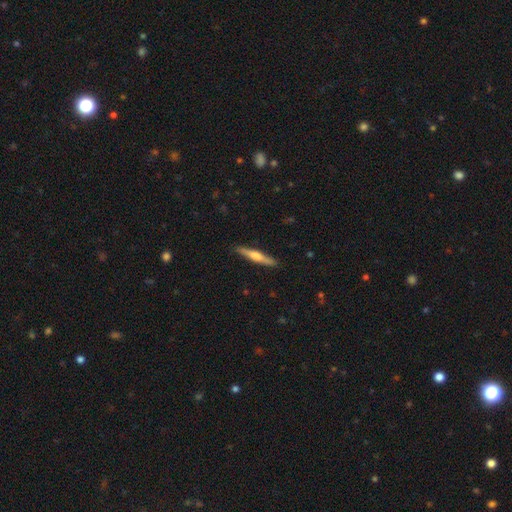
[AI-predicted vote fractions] Q: Smooth or featured?
A: featured or disk (49%); runner-up: smooth (45%)
Q: Merging?
A: none (90%); runner-up: minor disturbance (8%)